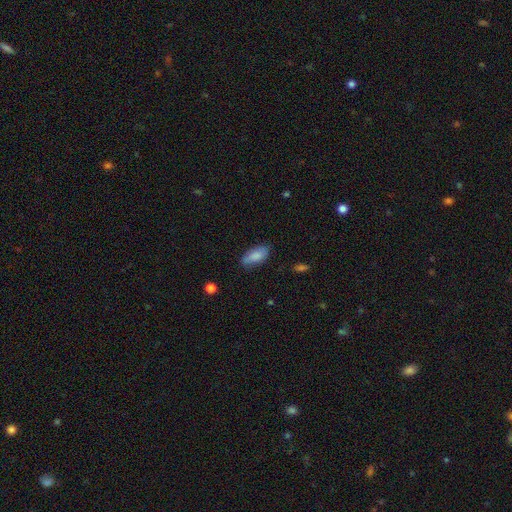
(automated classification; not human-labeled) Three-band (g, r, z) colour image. It shows a smooth galaxy with no disk features (83%) that is in between round and cigar-shaped (88%). Merging: none (73%).